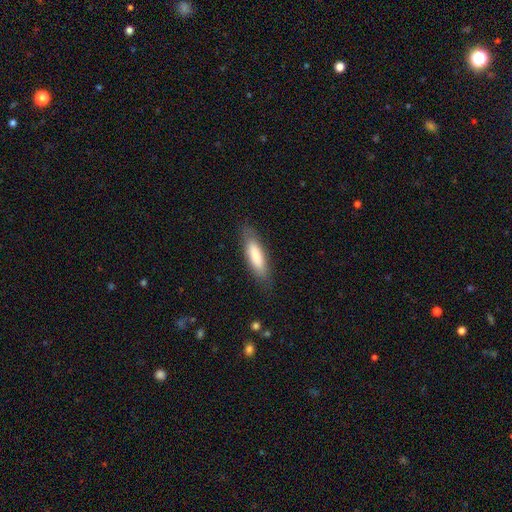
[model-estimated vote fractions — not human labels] Smooth or featured: smooth — 79% (featured or disk — 15%)
How rounded: cigar-shaped — 55% (in between — 44%)
Merging: none — 81% (minor disturbance — 14%)